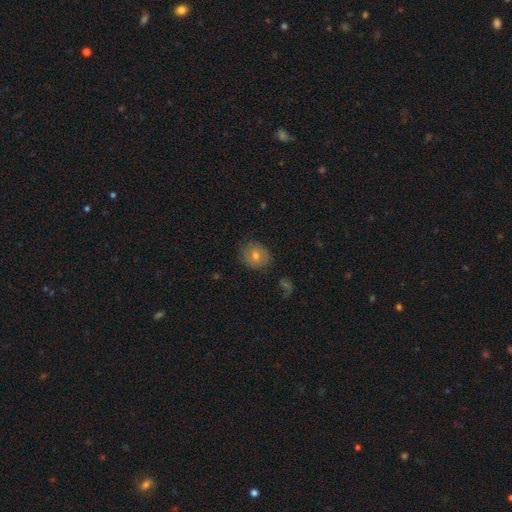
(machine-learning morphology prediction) Smooth or featured: smooth — 55% (featured or disk — 31%)
How rounded: round — 73% (in between — 25%)
Merging: none — 79% (minor disturbance — 15%)